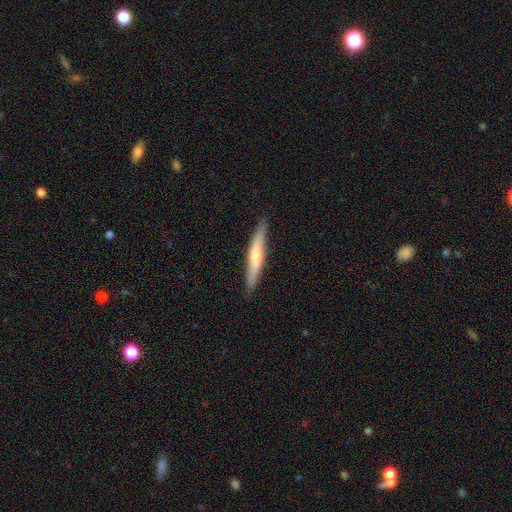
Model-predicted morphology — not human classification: type=smooth (55%); roundness=cigar-shaped (92%); merging=none (88%).